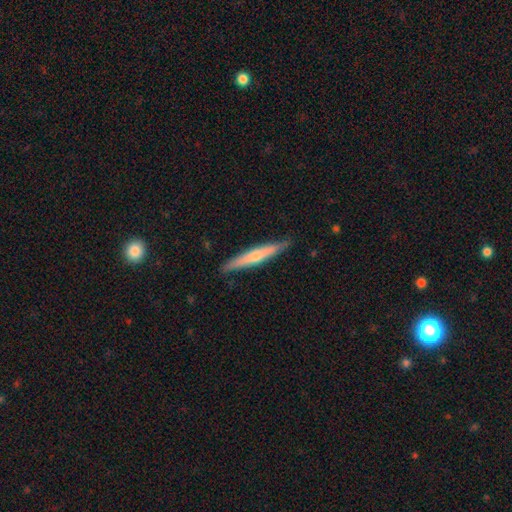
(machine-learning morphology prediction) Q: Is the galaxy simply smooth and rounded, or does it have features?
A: featured or disk — 47%, tied with smooth.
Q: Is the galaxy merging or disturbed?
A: none — 88%.